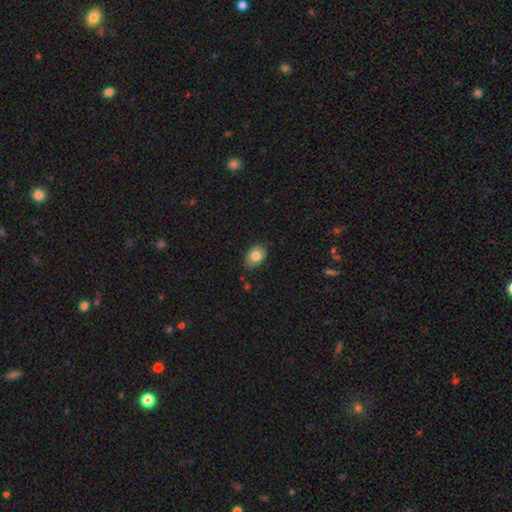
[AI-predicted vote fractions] The model was most divided on "merging": none: 79%, minor disturbance: 17%, major disturbance: 3%, merger: 2%. More confident: smooth or featured — smooth (82%); how rounded — in between (82%).